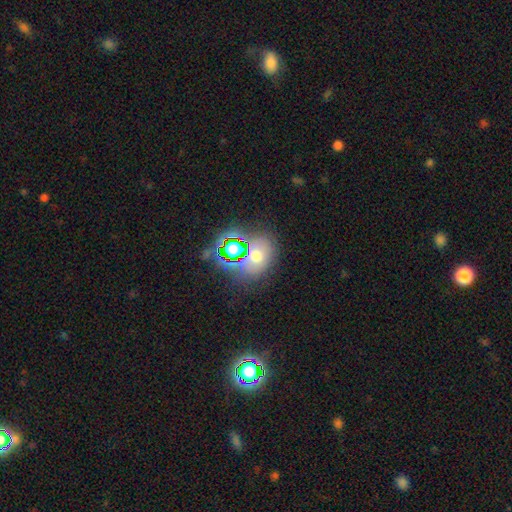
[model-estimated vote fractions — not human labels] Smooth or featured? smooth (55%)
How rounded? in between (55%)
Merging? none (64%)